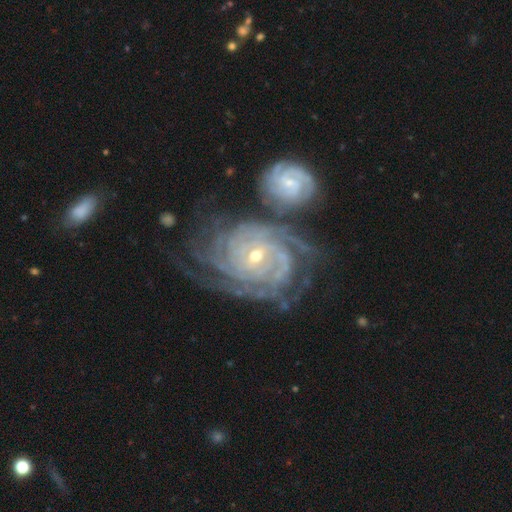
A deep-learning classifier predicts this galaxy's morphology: A featured or disk galaxy (92%) with no bar (57%), 4 (29%) tight (82%) spiral arms (98%) and a small central bulge (64%). Merging: none (48%).